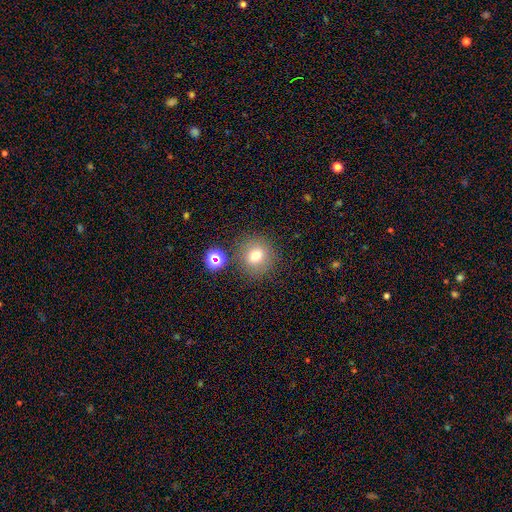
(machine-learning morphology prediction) Q: Smooth or featured?
A: smooth (73%); runner-up: star or artifact (16%)
Q: How rounded?
A: round (88%); runner-up: in between (11%)
Q: Merging?
A: none (80%); runner-up: minor disturbance (10%)